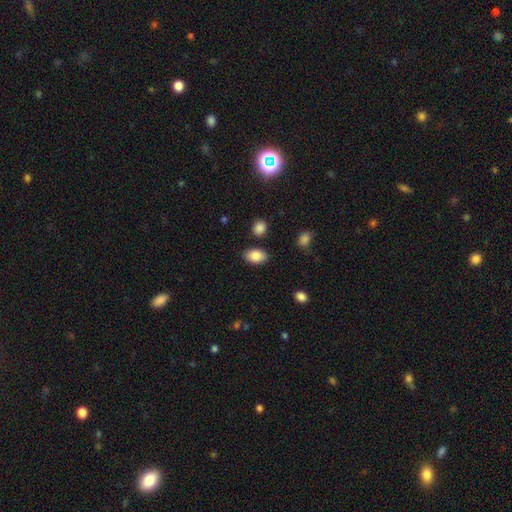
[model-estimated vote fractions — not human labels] Smooth or featured? smooth (86%)
How rounded? in between (90%)
Merging? none (83%)